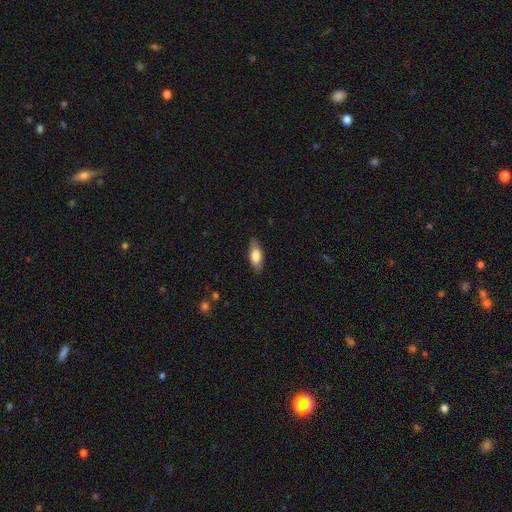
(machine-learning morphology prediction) Overall: smooth (75%). How rounded: in between (80%). Merging: none (85%).